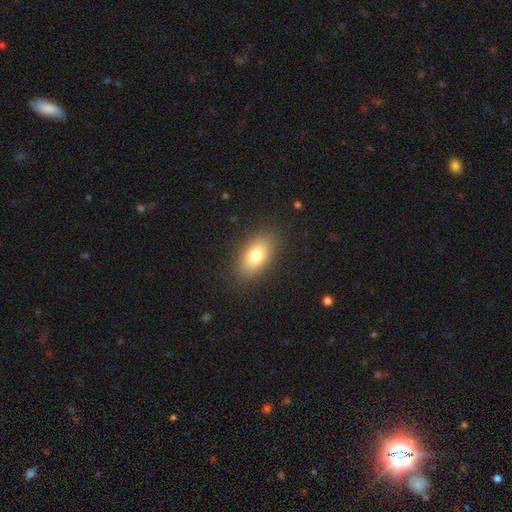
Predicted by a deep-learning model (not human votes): Smooth or featured? smooth (77%)
How rounded? in between (89%)
Merging? none (87%)